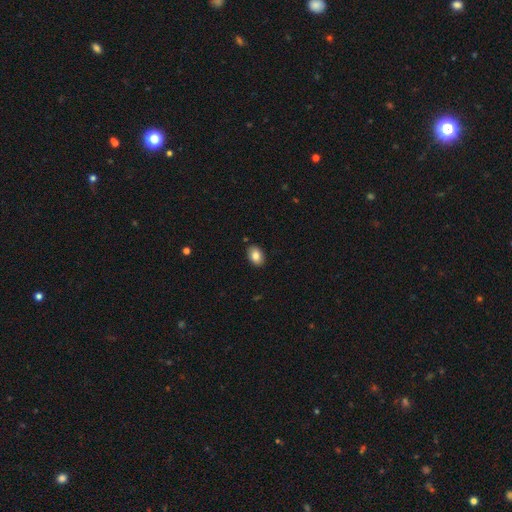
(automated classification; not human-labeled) Overall: smooth (85%). How rounded: in between (83%). Merging: none (88%).